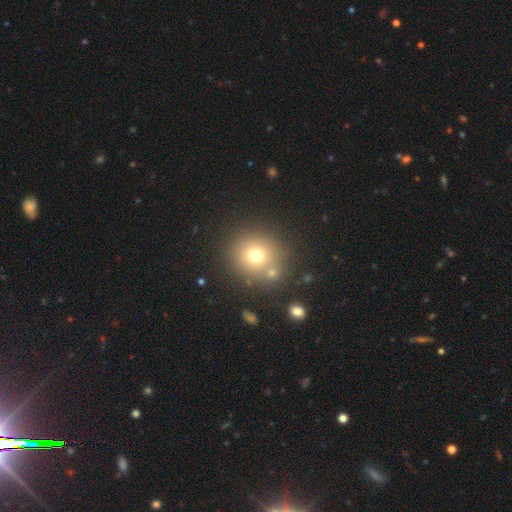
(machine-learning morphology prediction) A smooth galaxy with no disk features (70%) that is round (89%).

Vote fractions:
- Smooth or featured? smooth: 70% / star or artifact: 17% / featured or disk: 13%
- How rounded? round: 89% / in between: 10% / cigar-shaped: 1%
- Merging? none: 76% / merger: 11% / minor disturbance: 9% / major disturbance: 4%